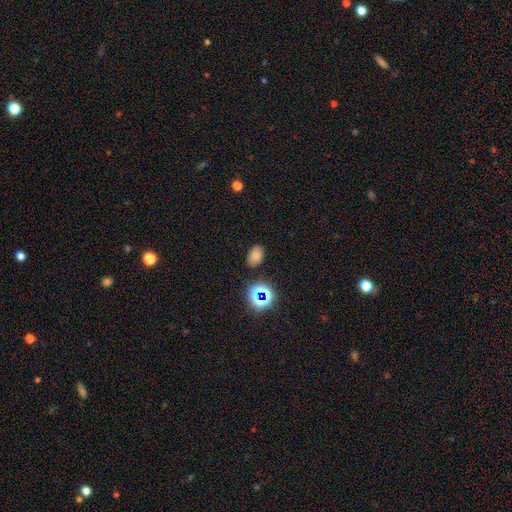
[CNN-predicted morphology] smooth-or-featured: smooth: 74% | star or artifact: 19% | featured or disk: 7%
  how-rounded: in between: 80% | round: 19% | cigar-shaped: 1%
  merging: none: 84% | minor disturbance: 11% | major disturbance: 3% | merger: 2%